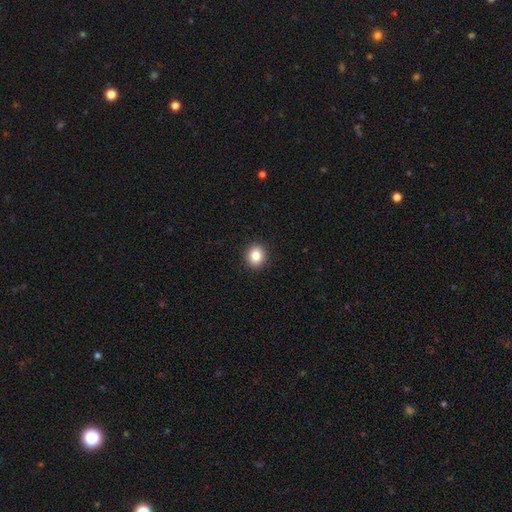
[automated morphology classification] Overall: smooth (85%). How rounded: round (80%). Merging: none (92%).